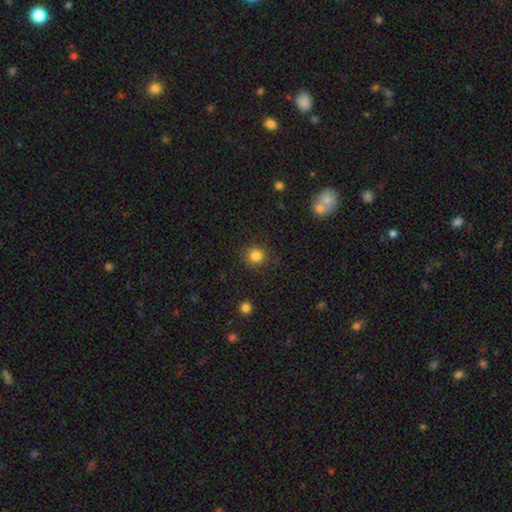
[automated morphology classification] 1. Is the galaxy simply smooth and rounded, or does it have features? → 84% smooth, 12% star or artifact, 4% featured or disk.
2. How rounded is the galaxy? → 93% round, 6% in between, 1% cigar-shaped.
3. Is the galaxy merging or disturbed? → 90% none, 6% minor disturbance, 2% major disturbance, 1% merger.